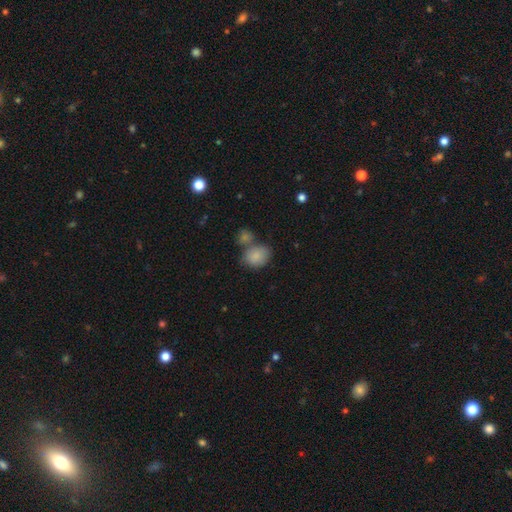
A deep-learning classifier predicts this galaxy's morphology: Q: Smooth or featured?
A: smooth (85%); runner-up: featured or disk (8%)
Q: How rounded?
A: in between (60%); runner-up: round (39%)
Q: Merging?
A: none (45%); runner-up: merger (35%)